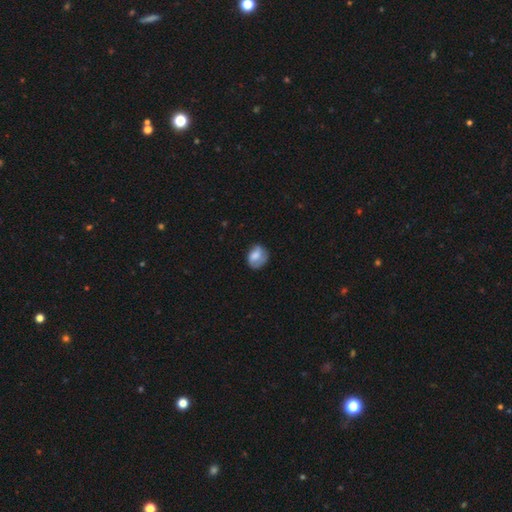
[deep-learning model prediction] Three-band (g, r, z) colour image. It shows a smooth galaxy with no disk features (65%) that is in between round and cigar-shaped (52%). Merging: none (50%).